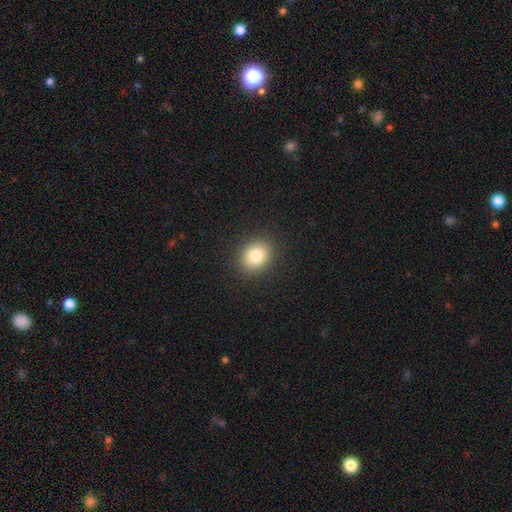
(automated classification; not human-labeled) A smooth galaxy with no disk features (81%) that is round (67%). Merging: none (90%).